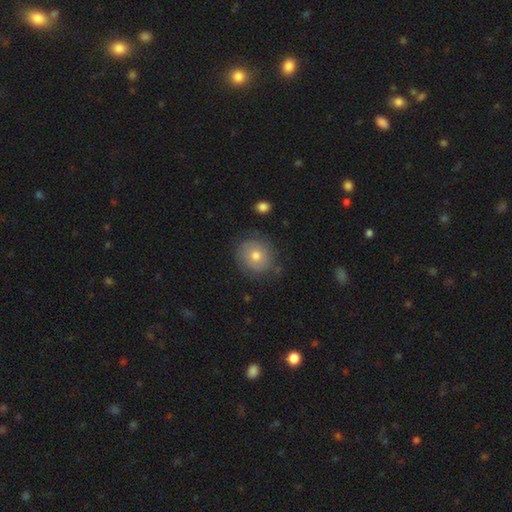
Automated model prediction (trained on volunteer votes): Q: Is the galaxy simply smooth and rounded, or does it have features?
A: smooth — 58%.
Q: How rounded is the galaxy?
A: round — 83%.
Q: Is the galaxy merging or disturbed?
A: none — 77%.